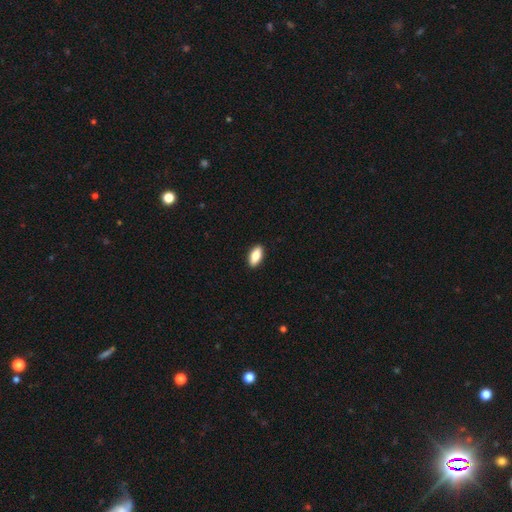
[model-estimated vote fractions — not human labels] smooth 83%, featured or disk 11%, star or artifact 6%. Down the decision tree: how rounded — in between (86%); merging — none (91%).